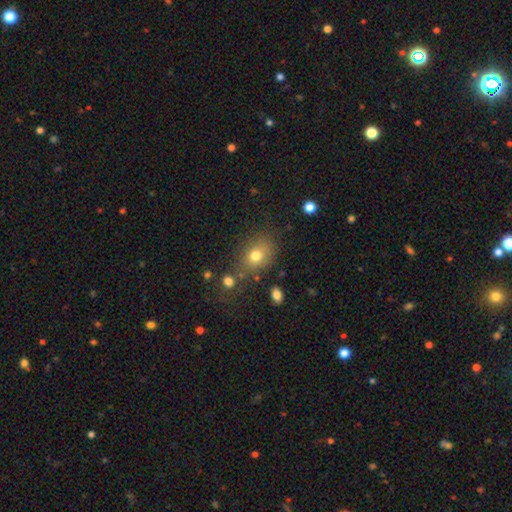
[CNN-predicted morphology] smooth_or_featured: smooth (p=0.75) [alt: star or artifact p=0.14]
how_rounded: in between (p=0.54) [alt: round p=0.45]
merging: none (p=0.68) [alt: minor disturbance p=0.17]